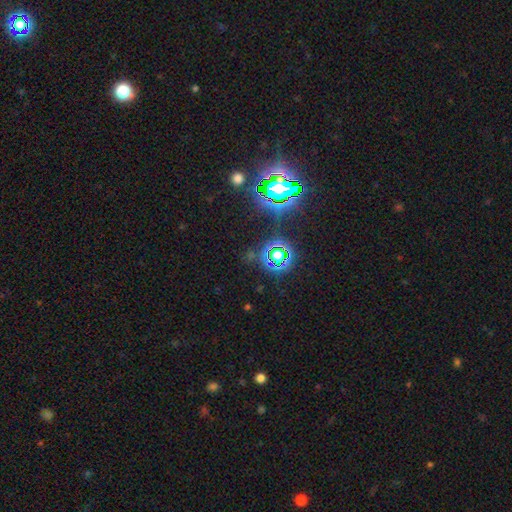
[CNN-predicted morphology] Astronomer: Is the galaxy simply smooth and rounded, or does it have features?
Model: star or artifact — 79%.